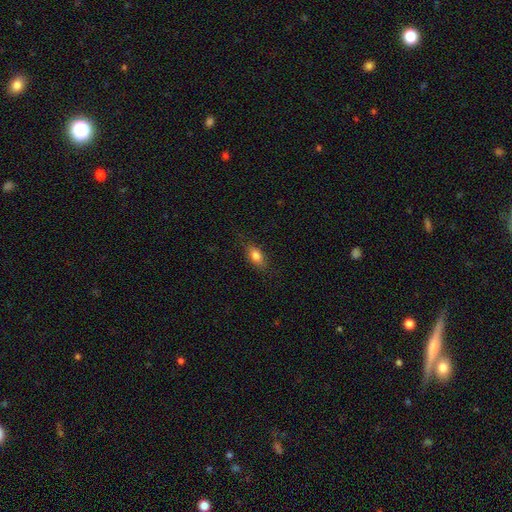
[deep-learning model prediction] This is clearly a smooth galaxy (80%). How rounded: clearly in between (83%). Merging: clearly none (81%).